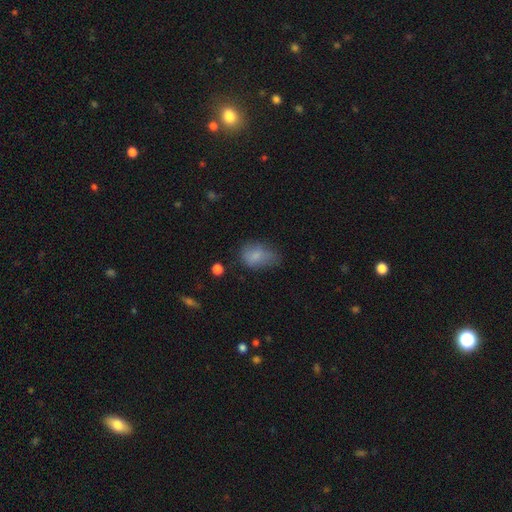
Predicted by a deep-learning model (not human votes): Smooth or featured? Predicted: smooth (p=0.75). How rounded? Predicted: in between (p=0.80). Merging? Predicted: none (p=0.42).